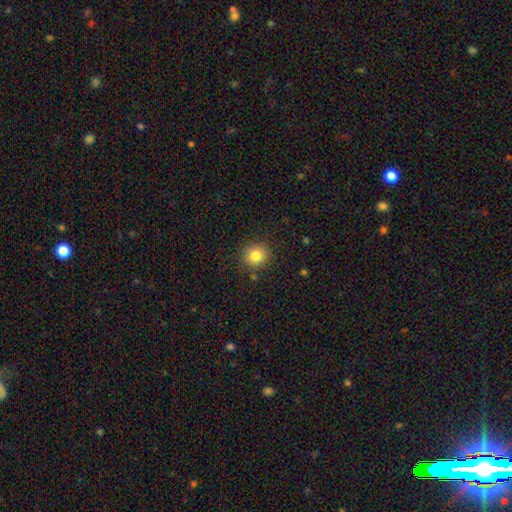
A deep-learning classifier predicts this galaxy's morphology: Smooth or featured: smooth — 82% (star or artifact — 11%)
How rounded: round — 82% (in between — 18%)
Merging: none — 87% (minor disturbance — 9%)